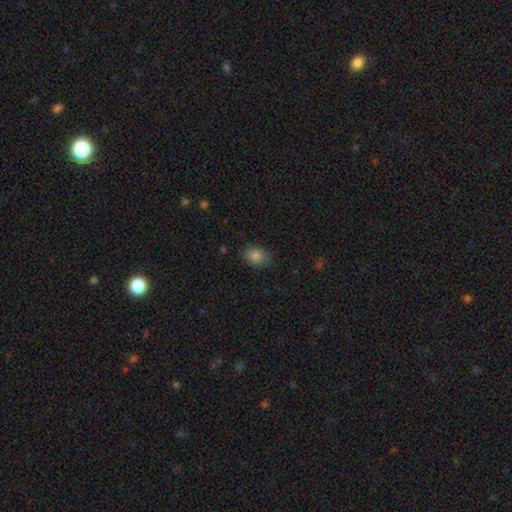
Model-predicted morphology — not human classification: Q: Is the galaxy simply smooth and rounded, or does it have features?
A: smooth — 82%.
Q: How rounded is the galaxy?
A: in between — 74%.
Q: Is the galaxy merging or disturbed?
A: none — 83%.